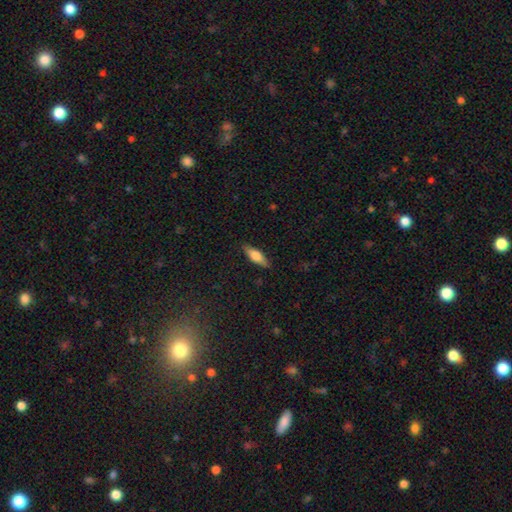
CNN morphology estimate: smooth_or_featured: smooth (p=0.63) [alt: featured or disk p=0.31]
how_rounded: in between (p=0.51) [alt: cigar-shaped p=0.46]
merging: none (p=0.86) [alt: minor disturbance p=0.10]